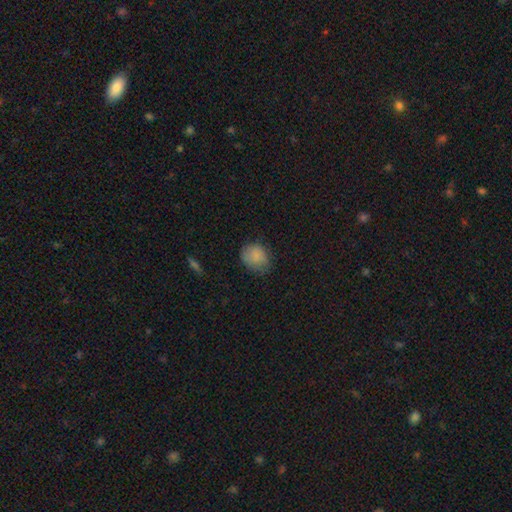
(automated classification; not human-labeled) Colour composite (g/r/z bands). It shows a smooth galaxy with no disk features (85%) that is round (64%). Merging: none (70%).